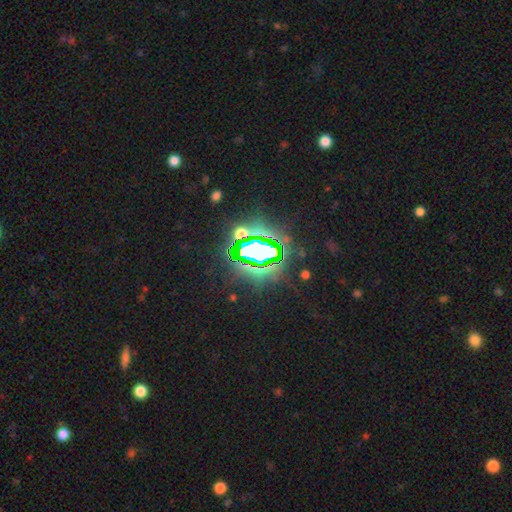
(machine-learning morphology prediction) star or artifact 76%, featured or disk 12%, smooth 12%.